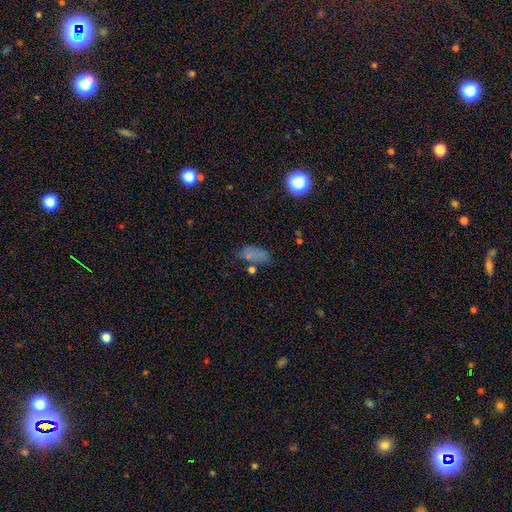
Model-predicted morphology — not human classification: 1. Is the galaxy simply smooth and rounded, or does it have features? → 55% smooth, 28% star or artifact, 17% featured or disk.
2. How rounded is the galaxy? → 72% in between, 16% cigar-shaped, 13% round.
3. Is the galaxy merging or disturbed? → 54% none, 21% minor disturbance, 14% major disturbance, 11% merger.